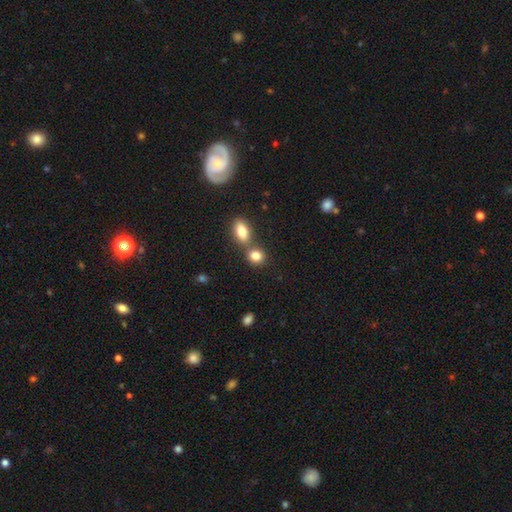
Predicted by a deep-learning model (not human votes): Smooth or featured: smooth — 83% (star or artifact — 10%)
How rounded: round — 62% (in between — 36%)
Merging: none — 51% (merger — 37%)